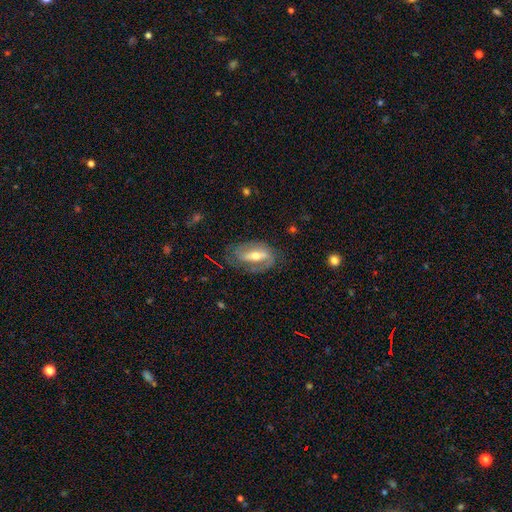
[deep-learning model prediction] A featured or disk galaxy (72%) with a strong bar (52%), spiral arms (78%) and a moderate central bulge (63%). Merging: none (64%).